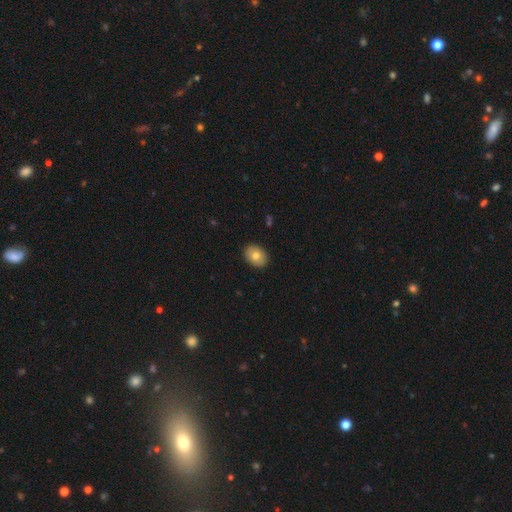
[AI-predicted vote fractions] This is likely a smooth galaxy (79%). How rounded: likely in between (71%). Merging: clearly none (90%).